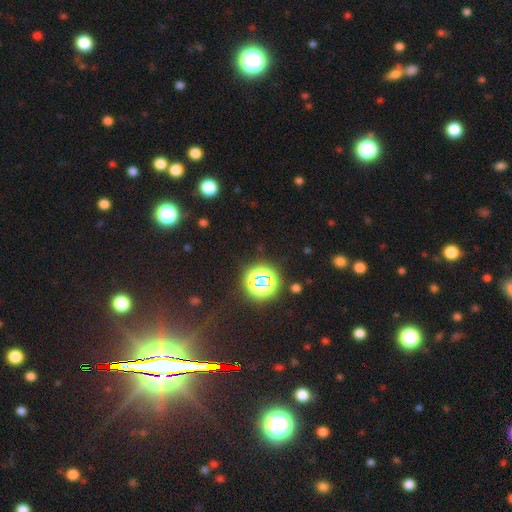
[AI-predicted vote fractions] A star or artifact, not a galaxy (82%).